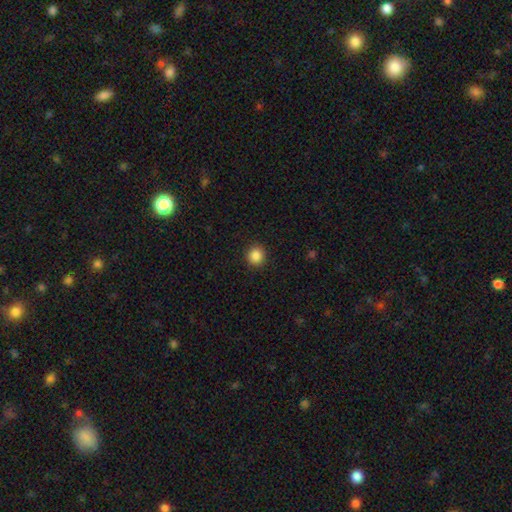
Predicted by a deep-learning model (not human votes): Smooth or featured? smooth (87%)
How rounded? round (92%)
Merging? none (92%)